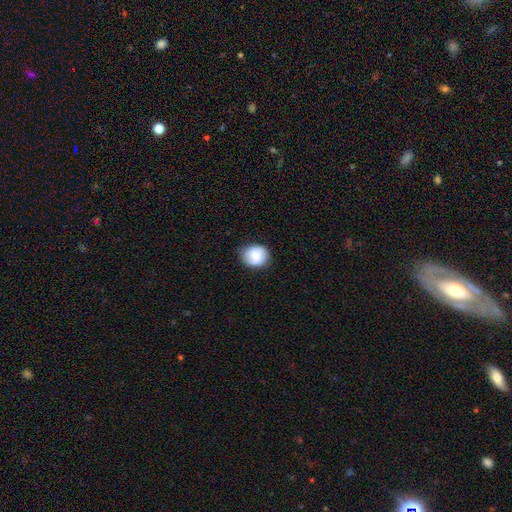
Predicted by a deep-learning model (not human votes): This is likely a smooth galaxy (73%). How rounded: likely round (70%). Merging: likely none (78%).